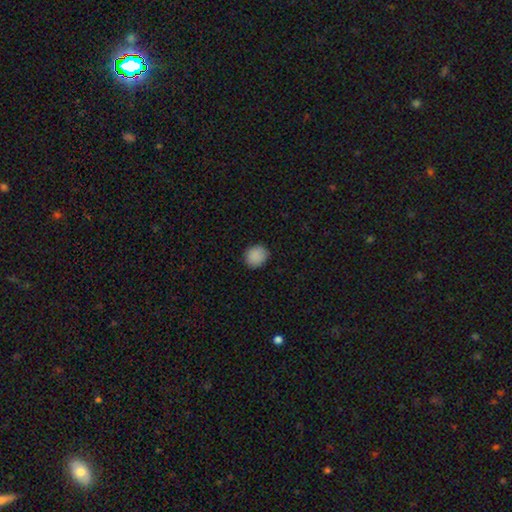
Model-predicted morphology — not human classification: Smooth or featured? smooth (89%)
How rounded? round (81%)
Merging? none (88%)